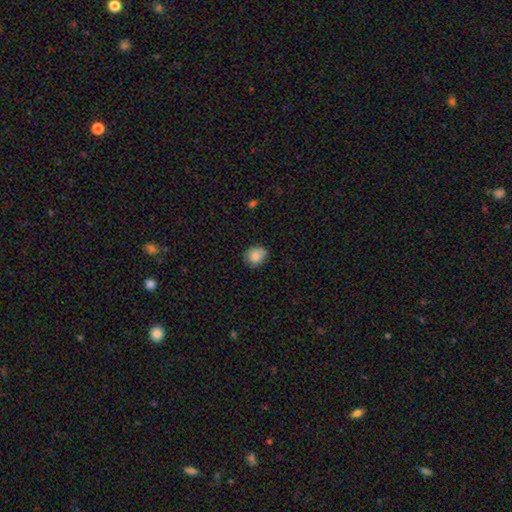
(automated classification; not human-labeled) This appears to be a smooth galaxy with no disk features (85%) that is round (58%). Merging: none (71%).